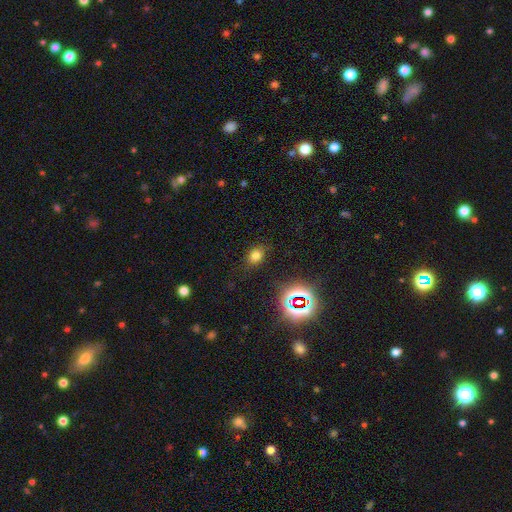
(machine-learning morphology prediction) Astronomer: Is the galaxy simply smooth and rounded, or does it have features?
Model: smooth — 71%.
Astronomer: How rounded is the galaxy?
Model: in between — 59% (runner-up: round, 40%).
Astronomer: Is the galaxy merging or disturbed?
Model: none — 82%.